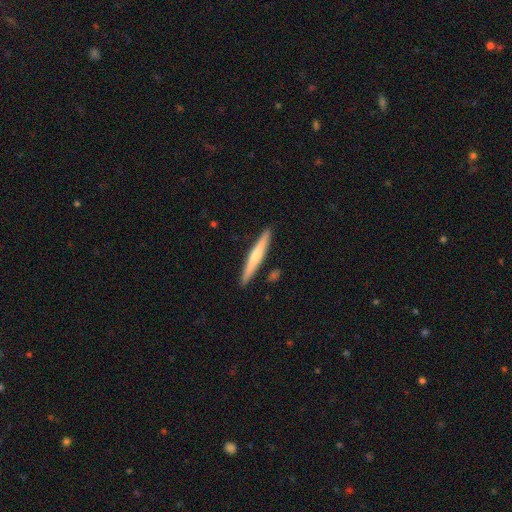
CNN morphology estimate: This is possibly a smooth galaxy (51%). How rounded: clearly cigar-shaped (95%). Merging: clearly none (90%).